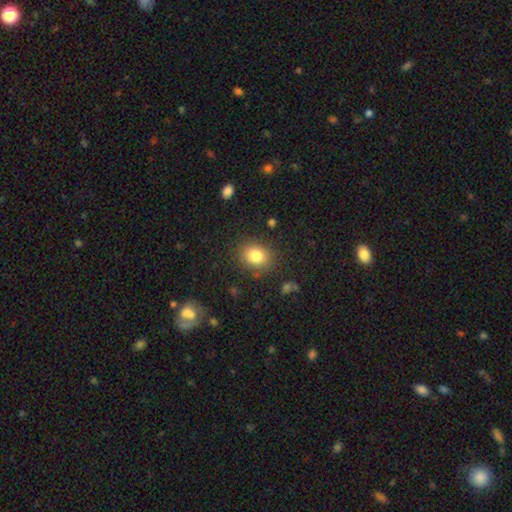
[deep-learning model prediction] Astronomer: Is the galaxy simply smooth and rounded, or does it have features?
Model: smooth — 83%.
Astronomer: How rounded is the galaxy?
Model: round — 55% (runner-up: in between, 44%).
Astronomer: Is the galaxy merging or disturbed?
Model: none — 84%.